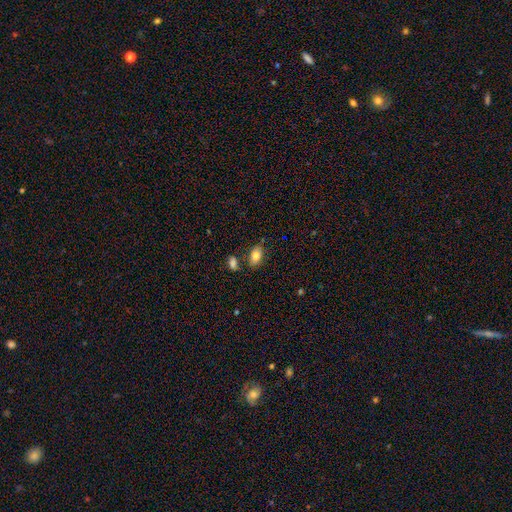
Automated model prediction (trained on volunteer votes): smooth 82%, featured or disk 10%, star or artifact 8%. Down the decision tree: how rounded — in between (89%); merging — none (75%).